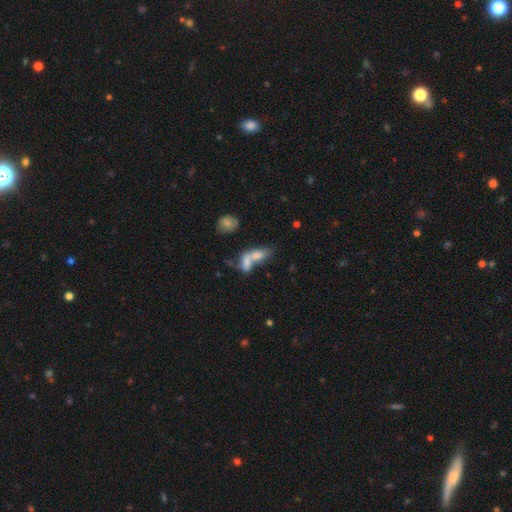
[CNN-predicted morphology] smooth-or-featured: smooth: 72% | featured or disk: 17% | star or artifact: 10%
  how-rounded: in between: 78% | cigar-shaped: 15% | round: 7%
  merging: merger: 65% | none: 21% | minor disturbance: 7% | major disturbance: 6%